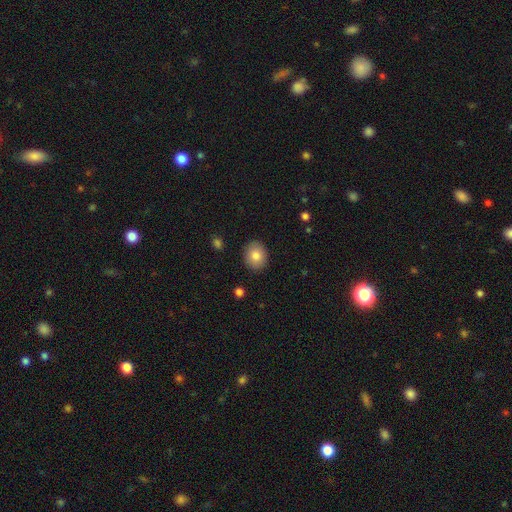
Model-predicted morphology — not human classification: Q: Smooth or featured?
A: smooth (83%); runner-up: featured or disk (9%)
Q: How rounded?
A: round (57%); runner-up: in between (43%)
Q: Merging?
A: none (89%); runner-up: minor disturbance (8%)